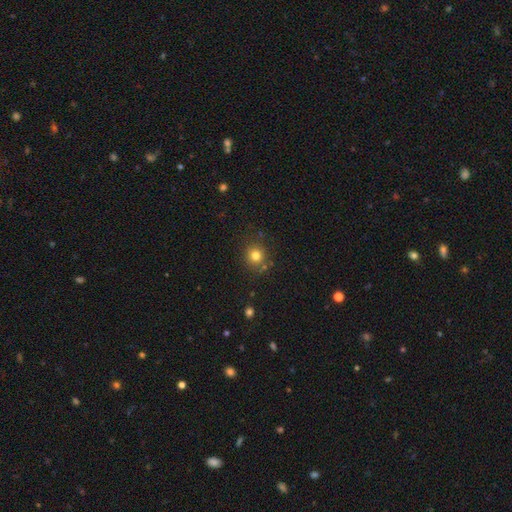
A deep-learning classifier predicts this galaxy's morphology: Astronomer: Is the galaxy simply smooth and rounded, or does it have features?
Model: smooth — 79%.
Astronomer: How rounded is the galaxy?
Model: round — 91%.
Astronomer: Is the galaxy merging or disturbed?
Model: none — 81%.